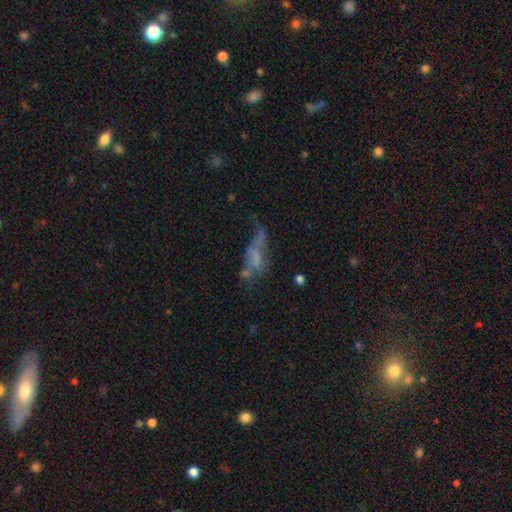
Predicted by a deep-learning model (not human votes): A featured or disk galaxy (43%). Merging: major disturbance (35%).